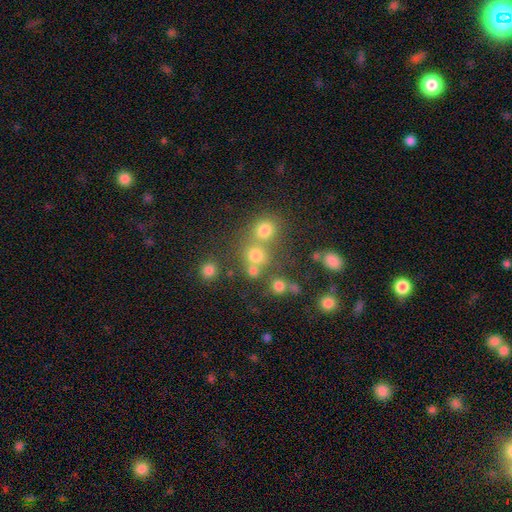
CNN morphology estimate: Smooth or featured?
  - smooth: 73% *
  - star or artifact: 18%
  - featured or disk: 9%
How rounded?
  - round: 85% *
  - in between: 14%
  - cigar-shaped: 1%
Merging?
  - none: 56% *
  - merger: 32%
  - minor disturbance: 8%
  - major disturbance: 4%